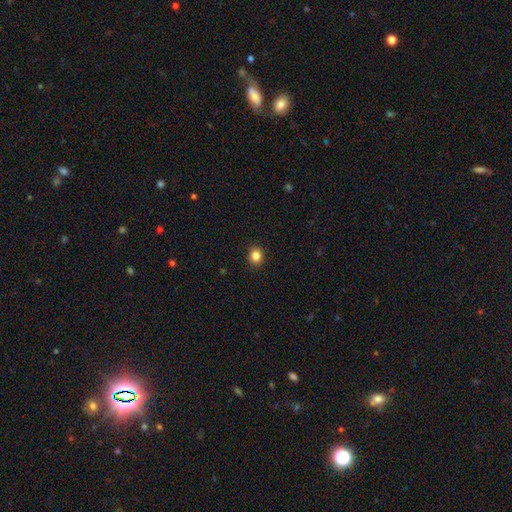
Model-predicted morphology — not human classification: This appears to be a smooth galaxy with no disk features (84%) that is round (77%). Merging: none (92%).